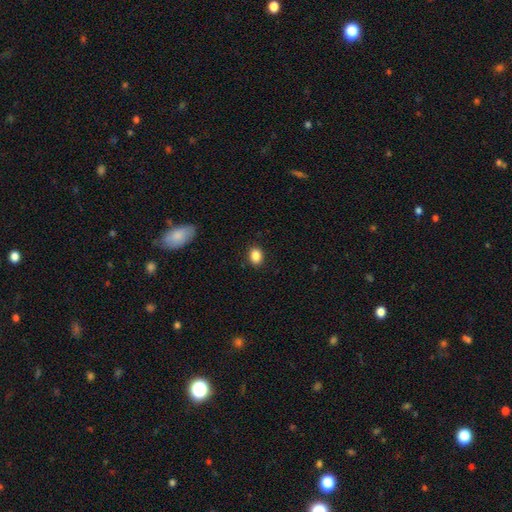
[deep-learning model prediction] Smooth or featured? smooth (86%)
How rounded? in between (61%)
Merging? none (89%)